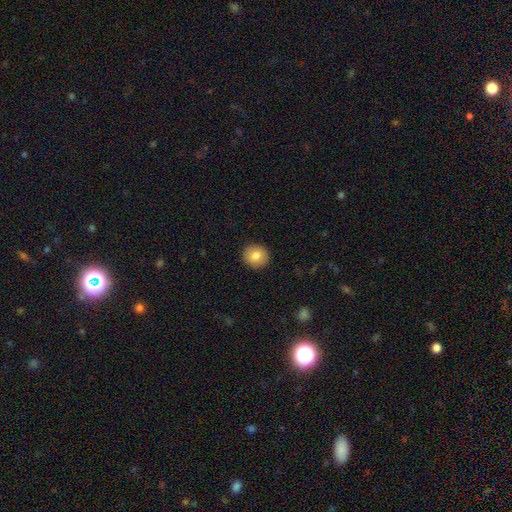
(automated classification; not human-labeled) Smooth or featured? Predicted: smooth (p=0.83). How rounded? Predicted: round (p=0.86). Merging? Predicted: none (p=0.92).